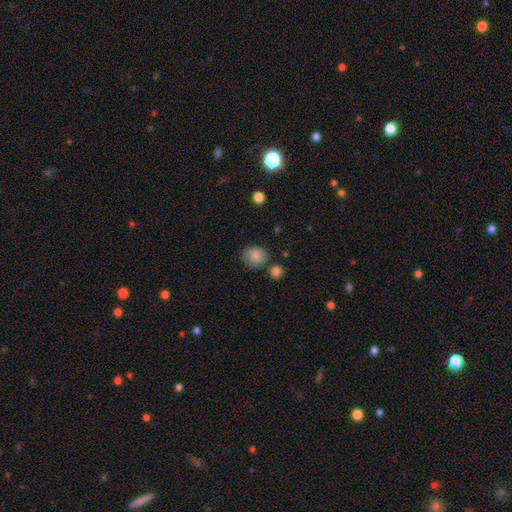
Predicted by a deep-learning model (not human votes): Smooth or featured? smooth (85%)
How rounded? round (61%)
Merging? none (65%)